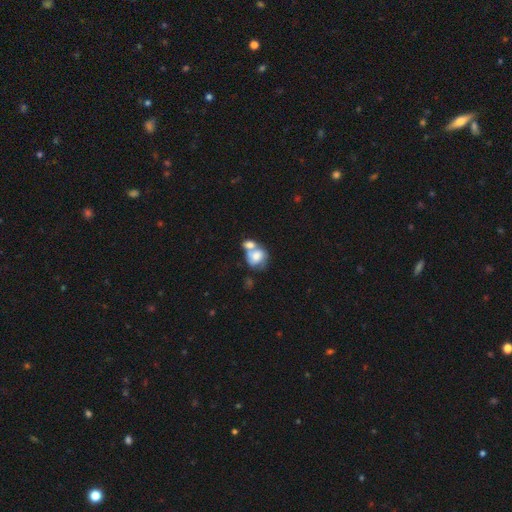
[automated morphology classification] A smooth galaxy with no disk features (60%) that is in between round and cigar-shaped (51%).

Vote fractions:
- Smooth or featured? smooth: 60% / featured or disk: 32% / star or artifact: 8%
- How rounded? in between: 51% / round: 48% / cigar-shaped: 1%
- Merging? merger: 64% / none: 17% / minor disturbance: 10% / major disturbance: 9%